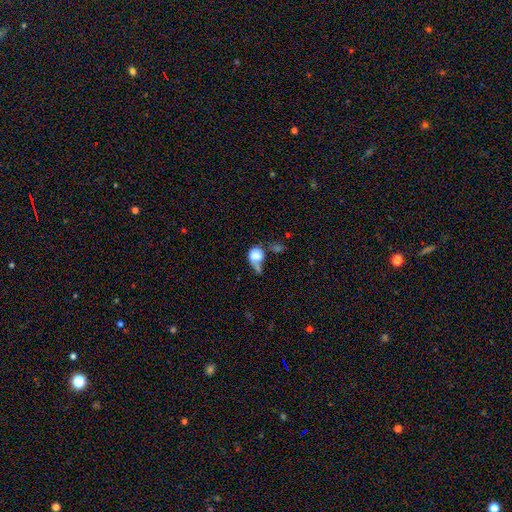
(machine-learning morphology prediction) smooth 76%, featured or disk 15%, star or artifact 10%. Down the decision tree: how rounded — round (59%); merging — merger (29%).